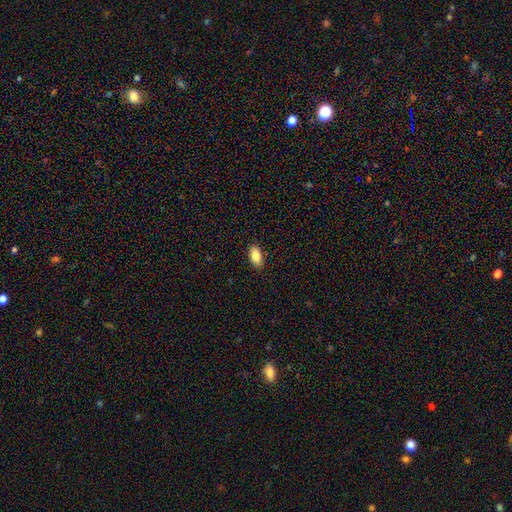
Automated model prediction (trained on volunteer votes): smooth-or-featured: smooth: 85% | featured or disk: 8% | star or artifact: 7%
  how-rounded: in between: 92% | cigar-shaped: 4% | round: 3%
  merging: none: 89% | minor disturbance: 8% | major disturbance: 2% | merger: 1%